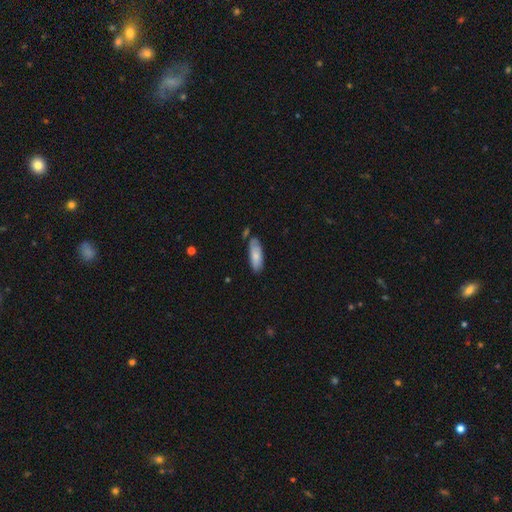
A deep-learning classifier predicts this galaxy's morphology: smooth_or_featured: smooth (p=0.78) [alt: featured or disk p=0.16]
how_rounded: in between (p=0.71) [alt: cigar-shaped p=0.28]
merging: none (p=0.69) [alt: minor disturbance p=0.21]